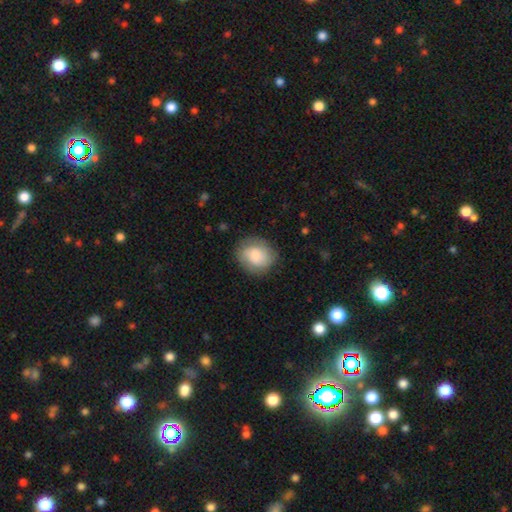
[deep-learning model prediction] smooth_or_featured: smooth (p=0.71) [alt: featured or disk p=0.22]
how_rounded: round (p=0.72) [alt: in between p=0.27]
merging: none (p=0.80) [alt: minor disturbance p=0.15]